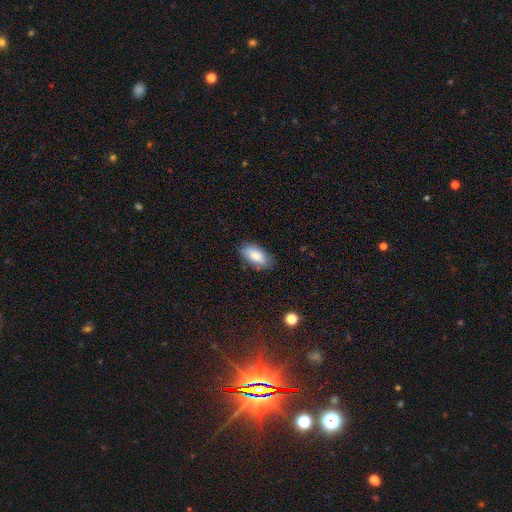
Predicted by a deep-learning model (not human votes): A smooth galaxy with no disk features (84%) that is in between round and cigar-shaped (90%).

Vote fractions:
- Smooth or featured? smooth: 84% / featured or disk: 9% / star or artifact: 7%
- How rounded? in between: 90% / cigar-shaped: 7% / round: 3%
- Merging? none: 82% / minor disturbance: 13% / major disturbance: 3% / merger: 1%